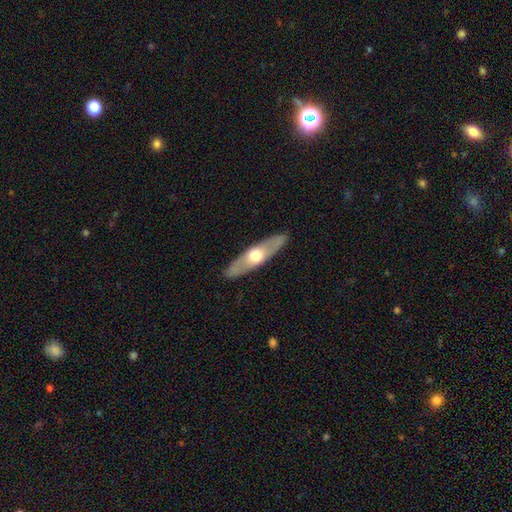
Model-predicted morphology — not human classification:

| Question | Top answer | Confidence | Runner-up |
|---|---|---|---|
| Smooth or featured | featured or disk | 54% | smooth (42%) |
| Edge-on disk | yes | 68% | no (32%) |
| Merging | none | 89% | minor disturbance (8%) |